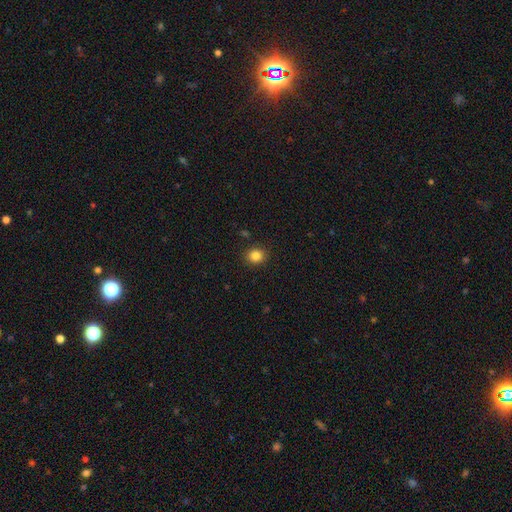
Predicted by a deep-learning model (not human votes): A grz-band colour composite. It shows a smooth galaxy with no disk features (84%) that is round (78%). Merging: none (90%).